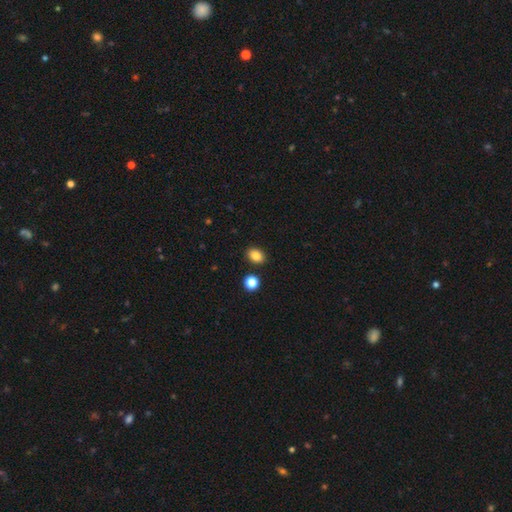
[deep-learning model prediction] The model was most divided on "how rounded": in between: 66%, round: 33%, cigar-shaped: 1%. More confident: merging — none (86%); smooth or featured — smooth (85%).